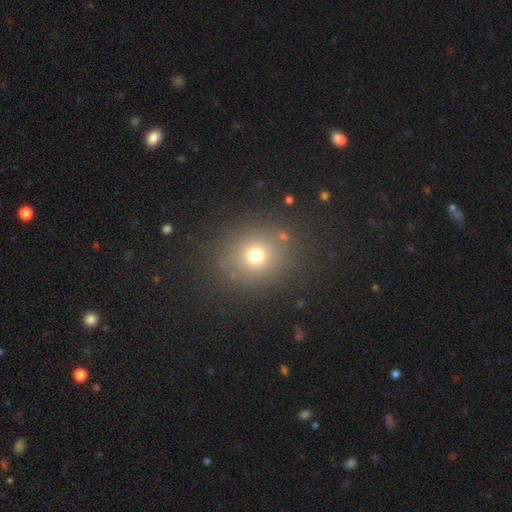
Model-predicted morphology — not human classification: Overall: smooth (70%). How rounded: round (83%). Merging: none (84%).